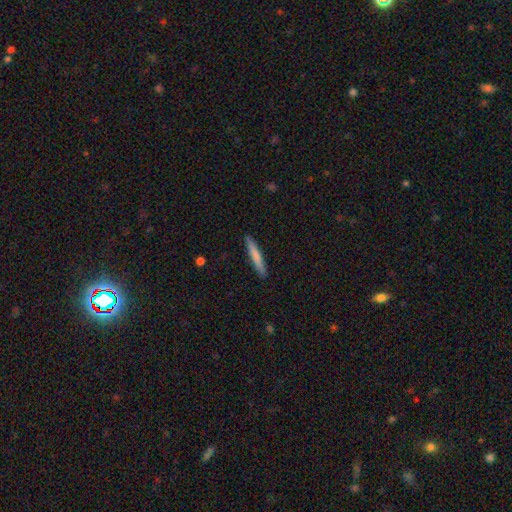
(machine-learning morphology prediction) A smooth galaxy with no disk features (74%) that is cigar-shaped (95%).

Vote fractions:
- Smooth or featured? smooth: 74% / featured or disk: 20% / star or artifact: 5%
- How rounded? cigar-shaped: 95% / in between: 4% / round: 1%
- Merging? none: 91% / minor disturbance: 7% / major disturbance: 1% / merger: 1%